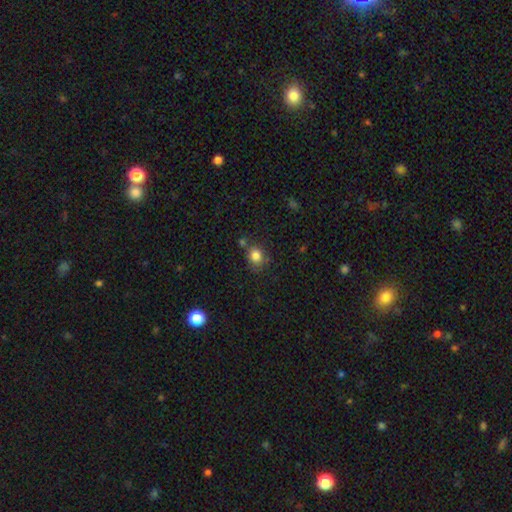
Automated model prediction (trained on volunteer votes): Overall: smooth (82%). How rounded: round (69%; in between 30%). Merging: none (64%).